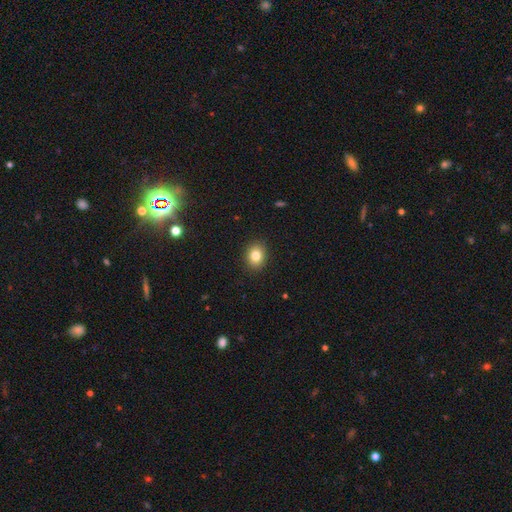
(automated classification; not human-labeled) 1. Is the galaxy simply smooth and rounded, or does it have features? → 82% smooth, 10% star or artifact, 8% featured or disk.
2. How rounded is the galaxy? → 54% round, 45% in between, 1% cigar-shaped.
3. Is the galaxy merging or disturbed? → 90% none, 7% minor disturbance, 2% major disturbance, 1% merger.